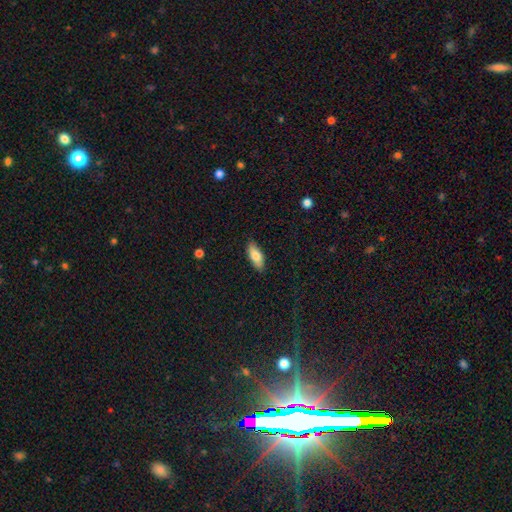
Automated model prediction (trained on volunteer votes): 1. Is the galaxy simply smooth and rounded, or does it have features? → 78% smooth, 16% featured or disk, 6% star or artifact.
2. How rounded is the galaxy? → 75% in between, 22% cigar-shaped, 2% round.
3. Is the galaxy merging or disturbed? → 85% none, 12% minor disturbance, 2% major disturbance, 1% merger.